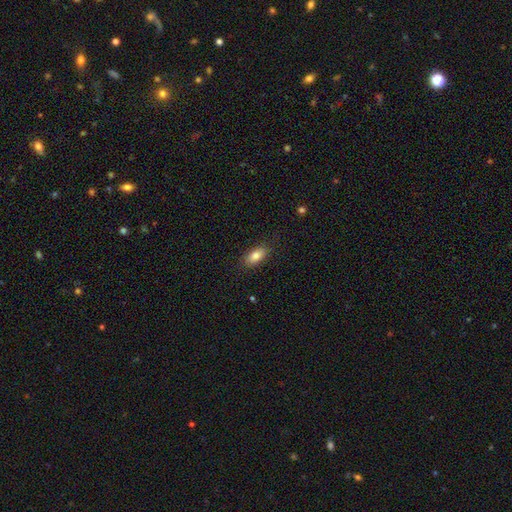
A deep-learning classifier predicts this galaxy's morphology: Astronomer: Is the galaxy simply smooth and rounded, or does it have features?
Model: smooth — 82%.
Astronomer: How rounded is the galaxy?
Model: in between — 88%.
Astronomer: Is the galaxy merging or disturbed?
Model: none — 86%.